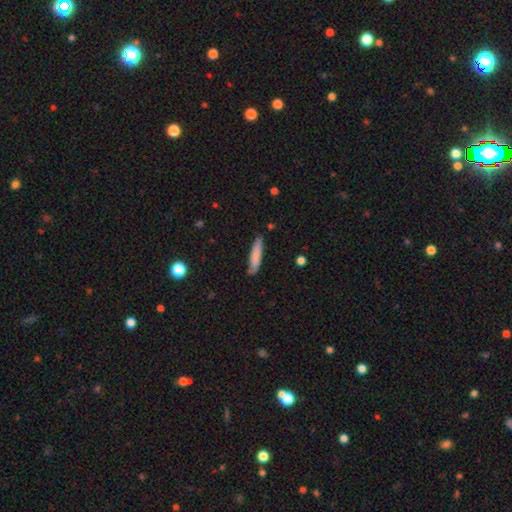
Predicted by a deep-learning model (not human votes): This is likely a smooth galaxy (80%). How rounded: clearly cigar-shaped (84%). Merging: clearly none (80%).